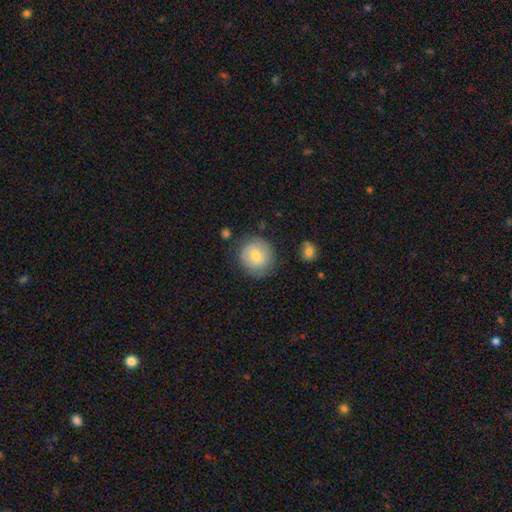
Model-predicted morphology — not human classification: Q: Smooth or featured?
A: smooth (74%); runner-up: featured or disk (19%)
Q: How rounded?
A: round (90%); runner-up: in between (9%)
Q: Merging?
A: none (78%); runner-up: minor disturbance (15%)